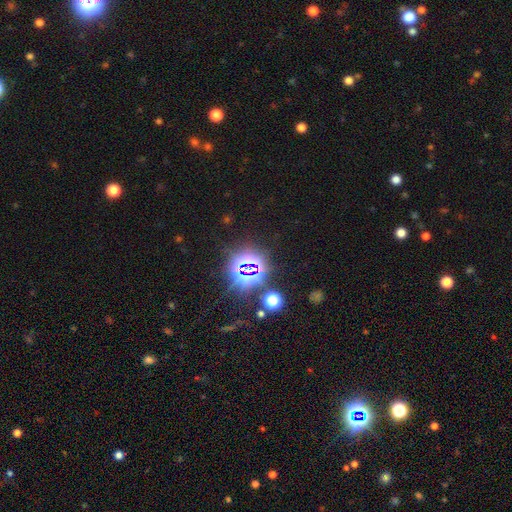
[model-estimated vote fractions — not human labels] Smooth or featured? star or artifact (80%)